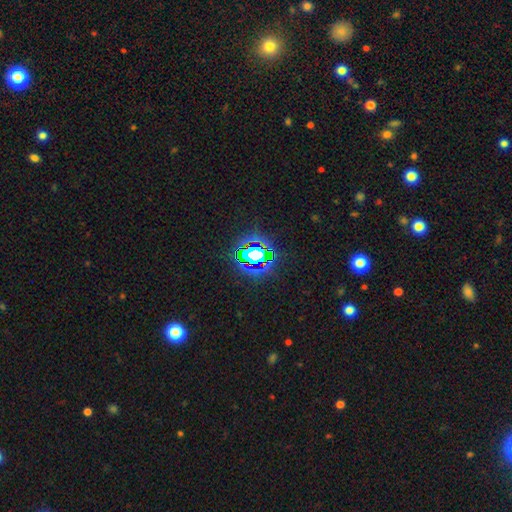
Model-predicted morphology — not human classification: Smooth or featured? star or artifact (72%)